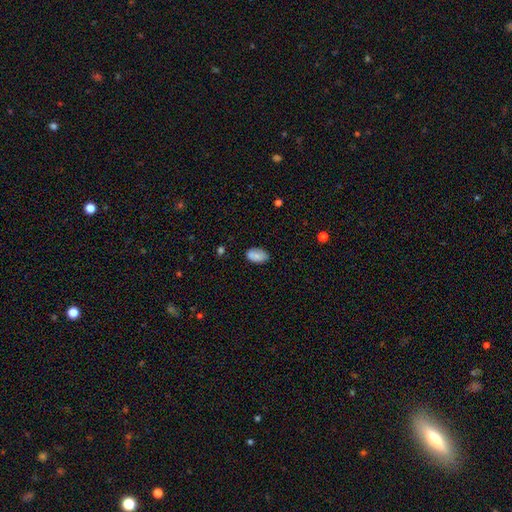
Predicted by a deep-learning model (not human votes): smooth_or_featured: smooth (p=0.80) [alt: featured or disk p=0.12]
how_rounded: in between (p=0.91) [alt: round p=0.07]
merging: none (p=0.70) [alt: minor disturbance p=0.21]